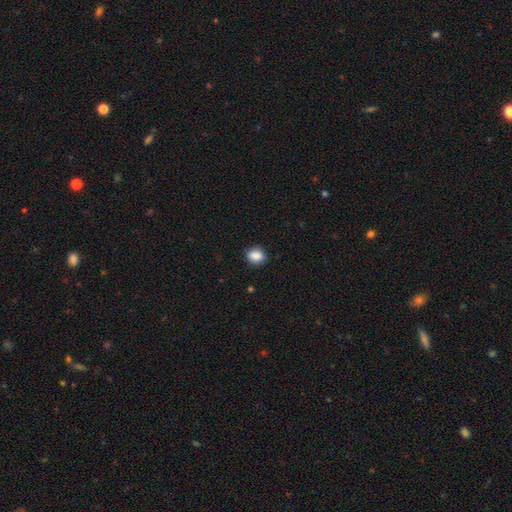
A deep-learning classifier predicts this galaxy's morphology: This is clearly a smooth galaxy (88%). How rounded: likely round (62%). Merging: clearly none (87%).